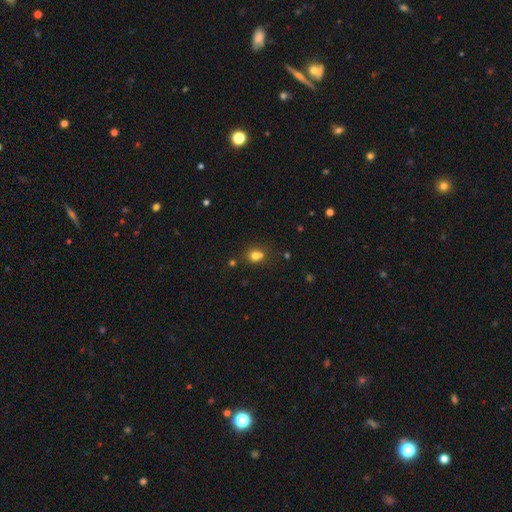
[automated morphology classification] A smooth galaxy with no disk features (74%) that is round (67%). Merging: none (49%).